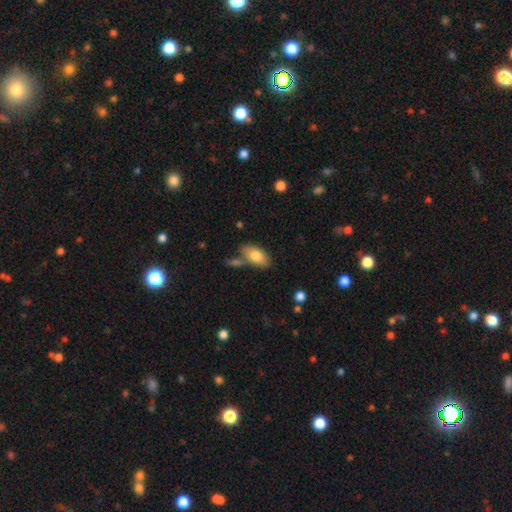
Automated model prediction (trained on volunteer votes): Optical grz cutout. It shows a smooth galaxy with no disk features (79%) that is in between round and cigar-shaped (93%). Merging: none (66%).